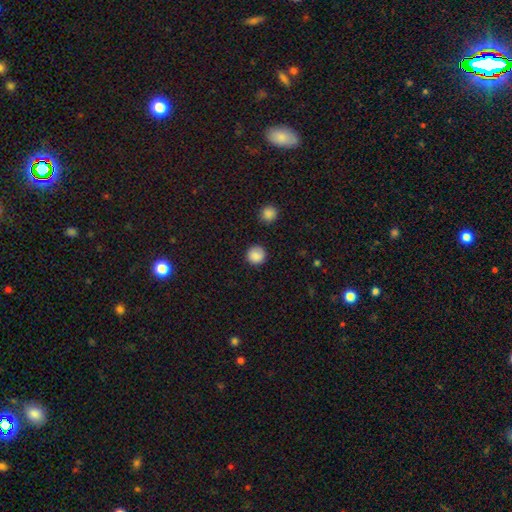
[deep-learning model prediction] Smooth or featured: smooth — 87% (star or artifact — 9%)
How rounded: round — 94% (in between — 5%)
Merging: none — 87% (minor disturbance — 9%)